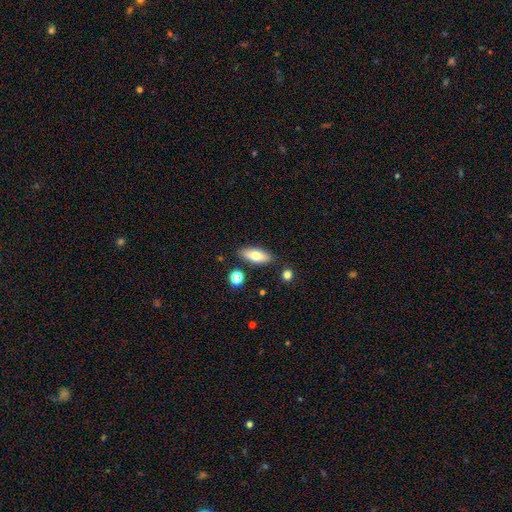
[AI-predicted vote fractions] Smooth or featured: smooth — 73% (featured or disk — 20%)
How rounded: in between — 75% (cigar-shaped — 22%)
Merging: none — 83% (minor disturbance — 10%)